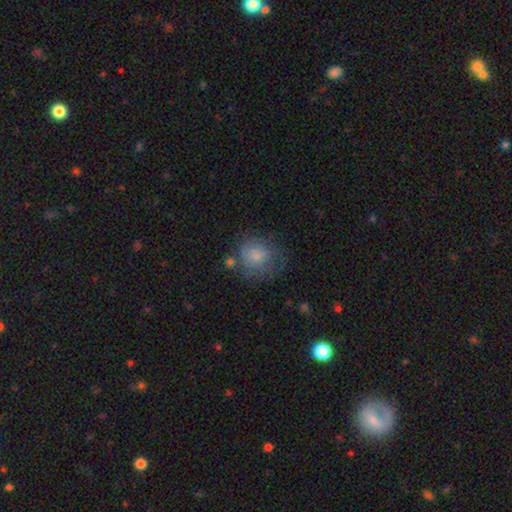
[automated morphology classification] This appears to be a smooth galaxy with no disk features (75%) that is round (78%). Merging: none (53%).